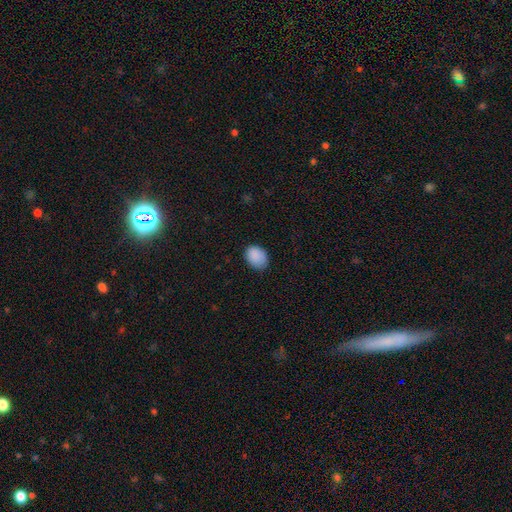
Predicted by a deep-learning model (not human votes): Smooth or featured?
  - smooth: 89% *
  - star or artifact: 8%
  - featured or disk: 3%
How rounded?
  - in between: 72% *
  - round: 27%
  - cigar-shaped: 1%
Merging?
  - none: 79% *
  - minor disturbance: 17%
  - major disturbance: 3%
  - merger: 1%